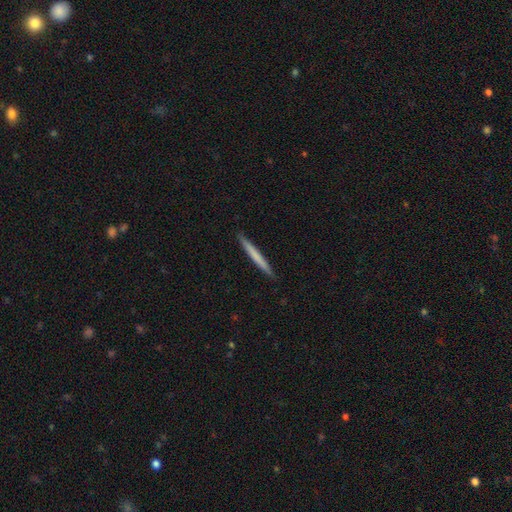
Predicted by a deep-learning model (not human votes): Q: Smooth or featured?
A: smooth (64%); runner-up: featured or disk (31%)
Q: How rounded?
A: cigar-shaped (97%); runner-up: in between (2%)
Q: Merging?
A: none (92%); runner-up: minor disturbance (6%)